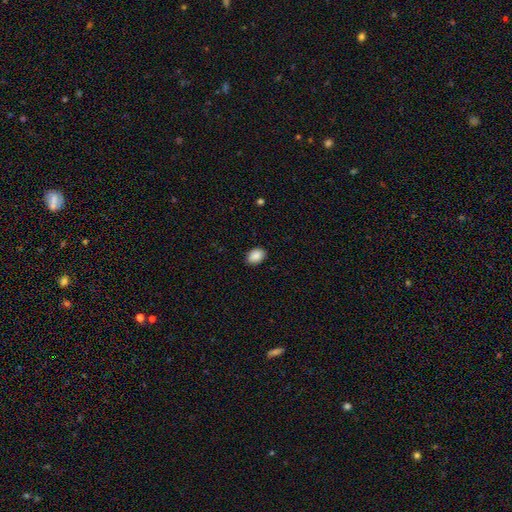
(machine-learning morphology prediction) The model was most divided on "how rounded": in between: 75%, round: 24%, cigar-shaped: 1%. More confident: smooth or featured — smooth (90%); merging — none (89%).